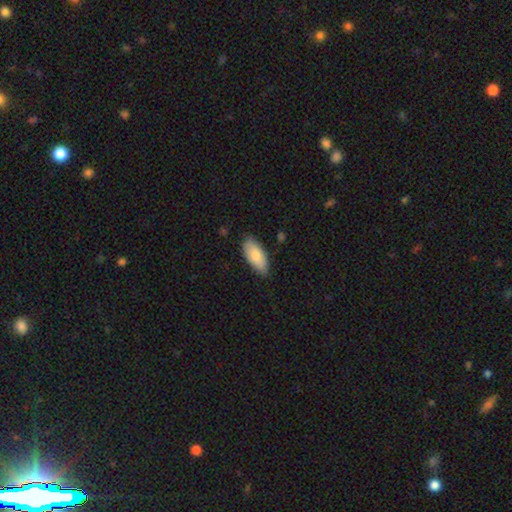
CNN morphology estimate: Smooth or featured? Predicted: smooth (p=0.80). How rounded? Predicted: in between (p=0.90). Merging? Predicted: none (p=0.79).